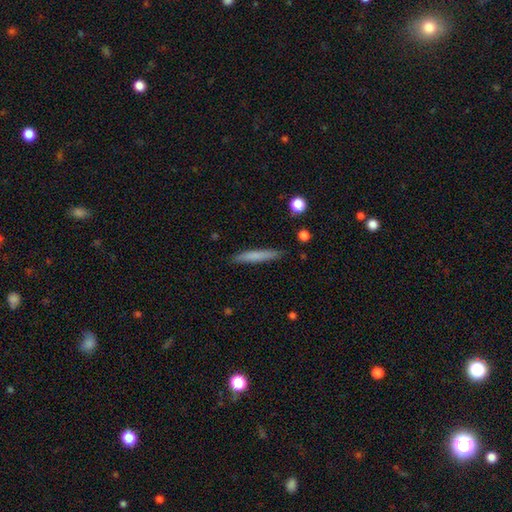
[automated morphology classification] A smooth galaxy with no disk features (73%) that is cigar-shaped (94%). Merging: none (89%).